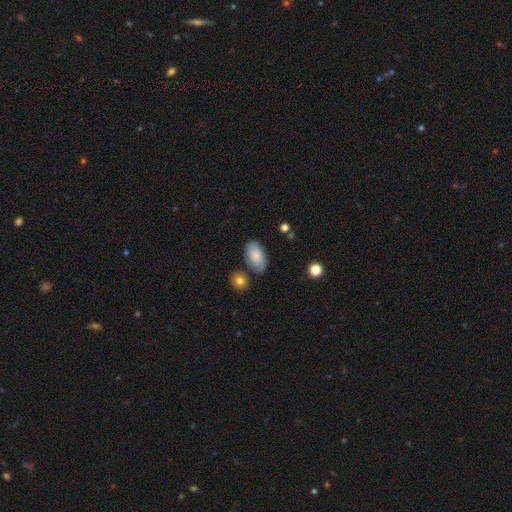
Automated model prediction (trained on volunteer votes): The model was most divided on "merging": none: 77%, minor disturbance: 15%, merger: 5%, major disturbance: 3%. More confident: how rounded — in between (94%); smooth or featured — smooth (84%).